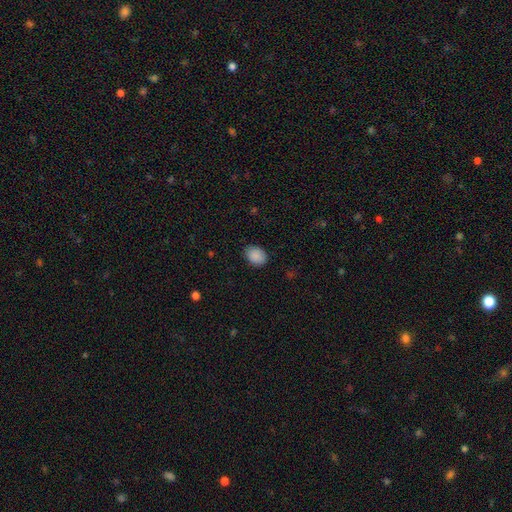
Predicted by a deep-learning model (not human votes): Smooth or featured? smooth (89%)
How rounded? in between (64%)
Merging? none (83%)